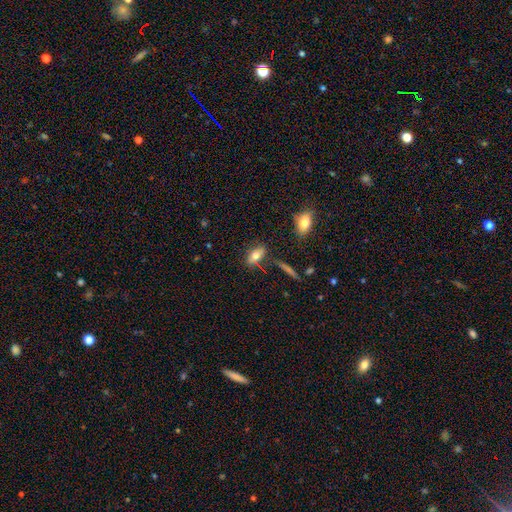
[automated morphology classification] The model was most divided on "smooth or featured": smooth: 71%, featured or disk: 20%, star or artifact: 9%. More confident: how rounded — in between (82%); merging — none (71%).